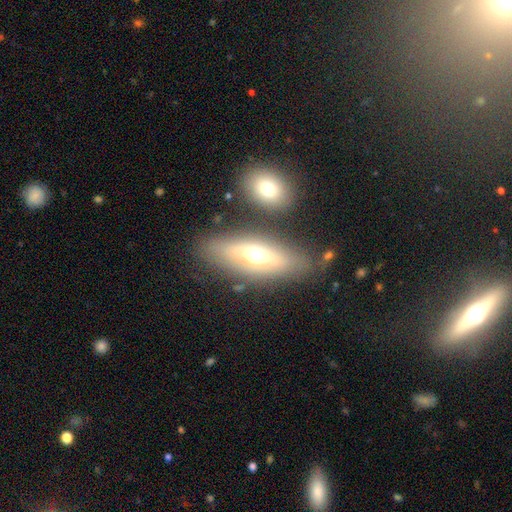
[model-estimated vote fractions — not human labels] Smooth or featured? Predicted: smooth (p=0.52). How rounded? Predicted: in between (p=0.64). Merging? Predicted: none (p=0.73).